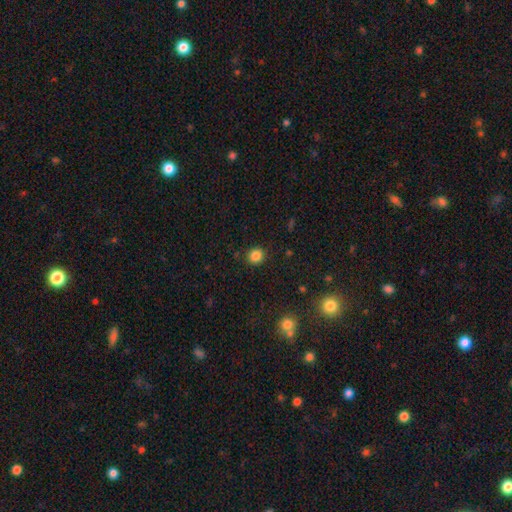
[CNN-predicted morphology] Smooth or featured? smooth (85%)
How rounded? round (85%)
Merging? none (89%)